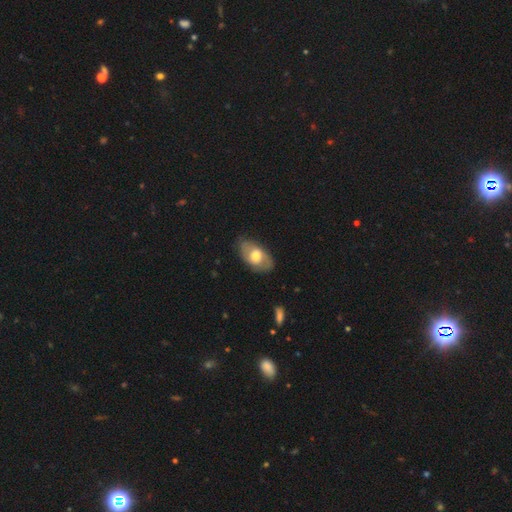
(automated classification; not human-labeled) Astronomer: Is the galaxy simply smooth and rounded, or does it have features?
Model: smooth — 49% (runner-up: featured or disk, 45%).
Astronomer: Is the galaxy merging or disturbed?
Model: none — 74%.